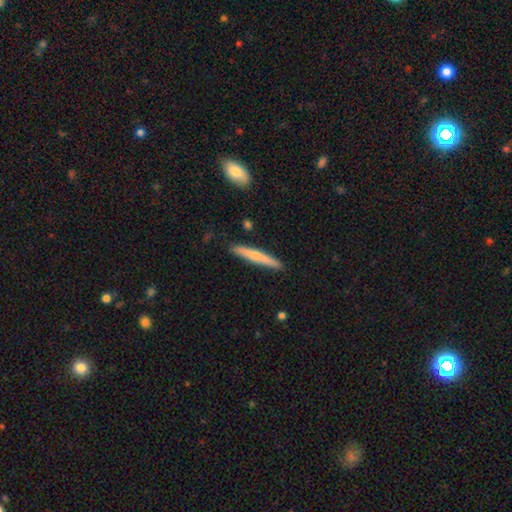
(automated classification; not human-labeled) Smooth or featured? smooth (59%)
How rounded? cigar-shaped (94%)
Merging? none (89%)